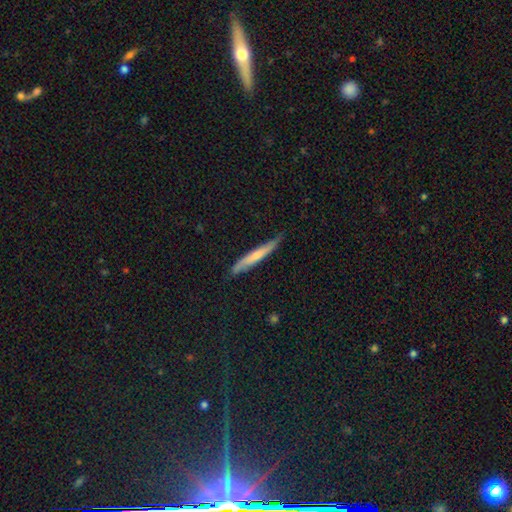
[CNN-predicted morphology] This is possibly a smooth galaxy (58%). How rounded: clearly cigar-shaped (95%). Merging: likely none (78%).